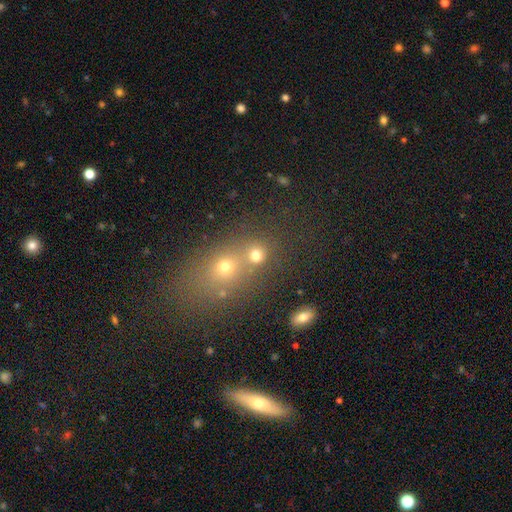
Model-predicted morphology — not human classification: A smooth galaxy with no disk features (71%) that is round (83%). Merging: none (54%).